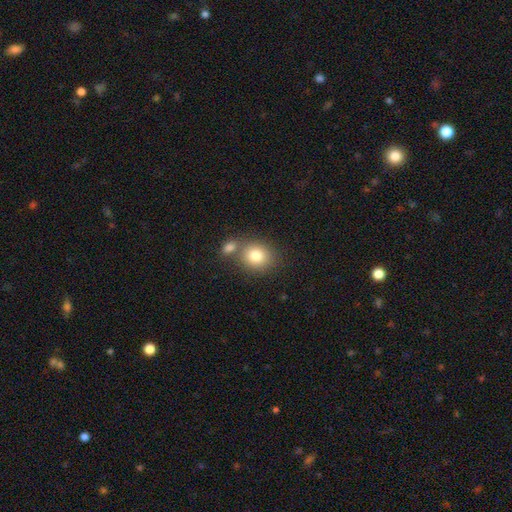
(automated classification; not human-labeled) A smooth galaxy with no disk features (81%) that is round (73%).

Vote fractions:
- Smooth or featured? smooth: 81% / featured or disk: 10% / star or artifact: 10%
- How rounded? round: 73% / in between: 26% / cigar-shaped: 1%
- Merging? none: 59% / merger: 27% / minor disturbance: 10% / major disturbance: 3%